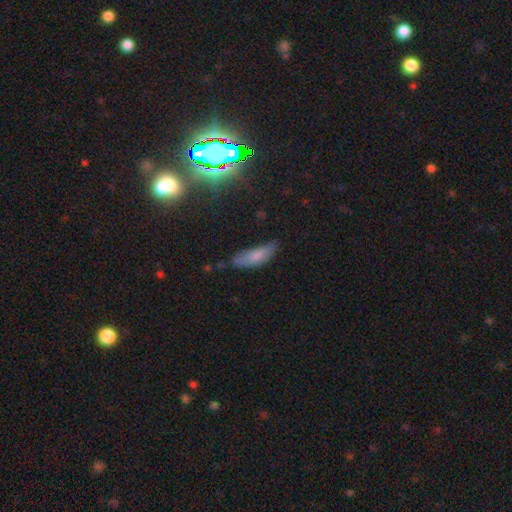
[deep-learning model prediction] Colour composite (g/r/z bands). It shows a smooth galaxy with no disk features (73%) that is in between round and cigar-shaped (56%). Merging: none (57%).